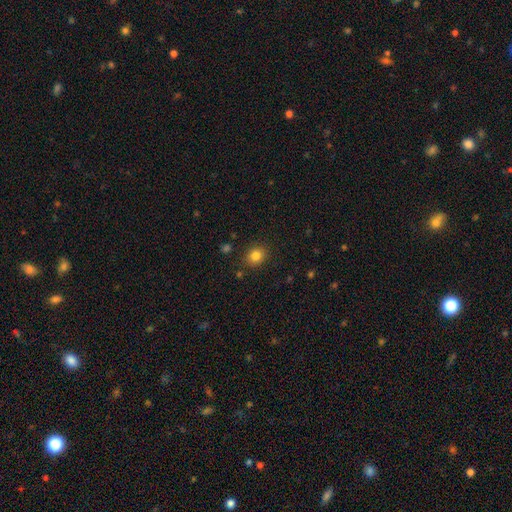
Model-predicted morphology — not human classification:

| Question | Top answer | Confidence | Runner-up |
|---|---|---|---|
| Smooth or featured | smooth | 82% | star or artifact (12%) |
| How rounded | round | 67% | in between (32%) |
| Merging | none | 87% | minor disturbance (9%) |